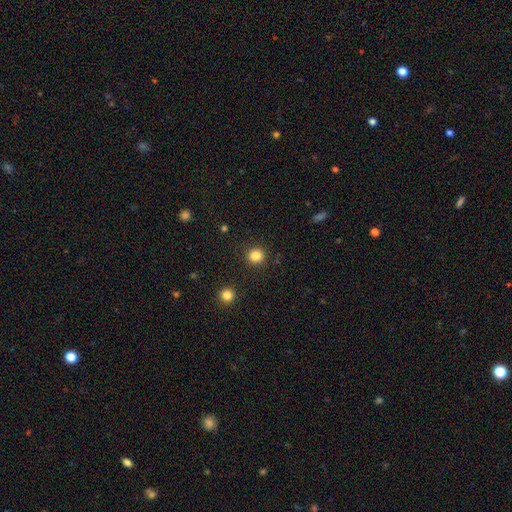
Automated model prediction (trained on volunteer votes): Smooth or featured? smooth (84%)
How rounded? round (90%)
Merging? none (90%)